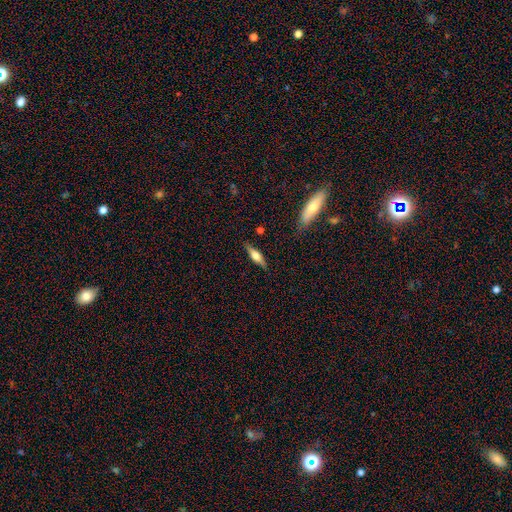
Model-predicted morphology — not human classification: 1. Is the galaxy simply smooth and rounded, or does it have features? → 53% featured or disk, 41% smooth, 6% star or artifact.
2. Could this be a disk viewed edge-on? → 94% yes, 6% no.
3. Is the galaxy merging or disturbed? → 84% none, 12% minor disturbance, 3% major disturbance, 2% merger.